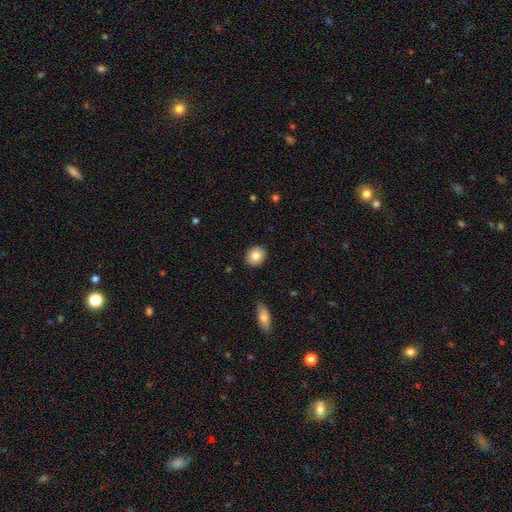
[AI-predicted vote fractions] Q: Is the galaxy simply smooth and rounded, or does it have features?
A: smooth — 83%.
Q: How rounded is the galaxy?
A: round — 78%.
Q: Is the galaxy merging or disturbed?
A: none — 90%.